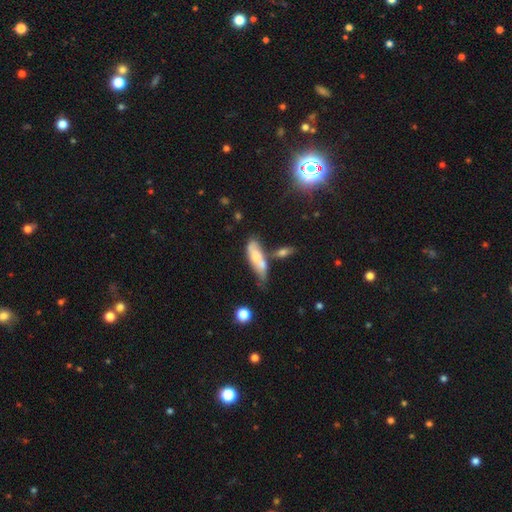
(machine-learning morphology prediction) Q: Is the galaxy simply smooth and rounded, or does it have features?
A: smooth — 62%.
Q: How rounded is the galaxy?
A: in between — 60%.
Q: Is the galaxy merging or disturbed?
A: merger — 36%.